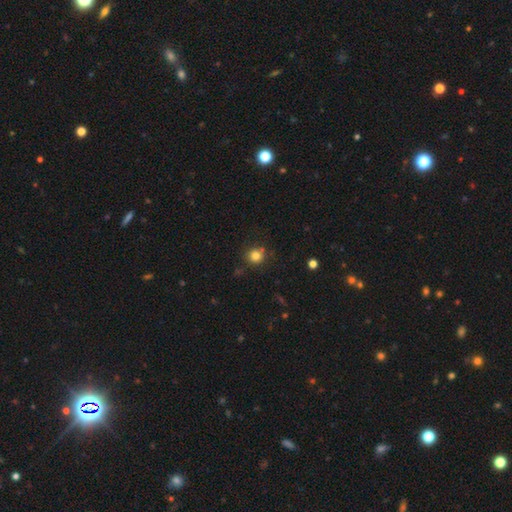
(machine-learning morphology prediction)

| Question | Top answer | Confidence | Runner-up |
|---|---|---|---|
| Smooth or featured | smooth | 81% | star or artifact (13%) |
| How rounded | round | 92% | in between (7%) |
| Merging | none | 81% | minor disturbance (10%) |